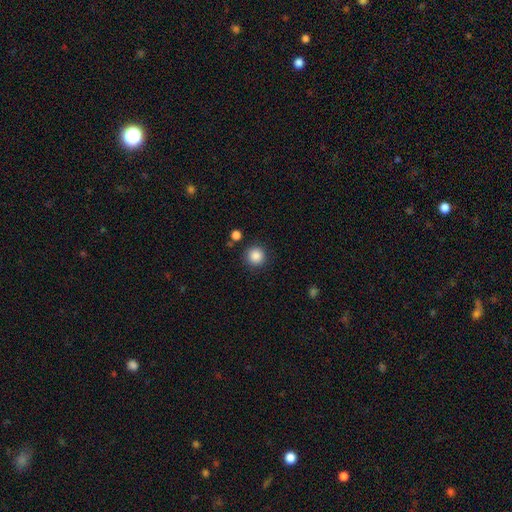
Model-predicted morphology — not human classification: A smooth galaxy with no disk features (87%) that is round (95%).

Vote fractions:
- Smooth or featured? smooth: 87% / star or artifact: 10% / featured or disk: 3%
- How rounded? round: 95% / in between: 4% / cigar-shaped: 1%
- Merging? none: 88% / minor disturbance: 7% / merger: 3% / major disturbance: 2%